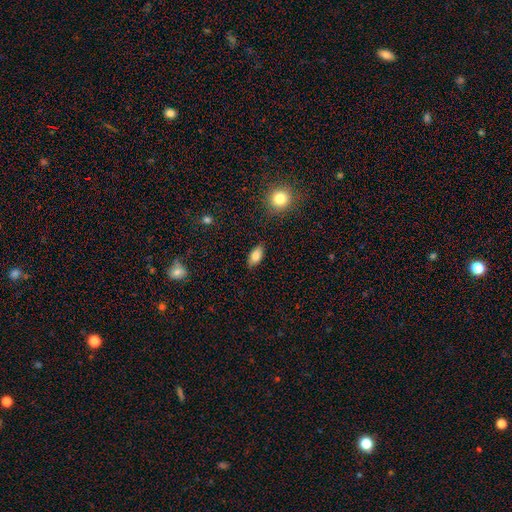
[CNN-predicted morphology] This appears to be a smooth galaxy with no disk features (80%) that is in between round and cigar-shaped (89%). Merging: none (84%).